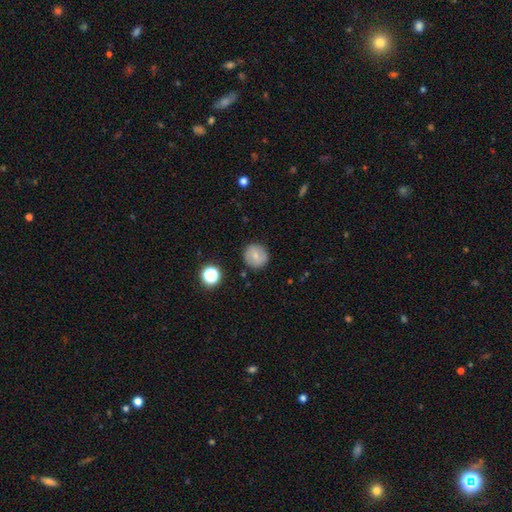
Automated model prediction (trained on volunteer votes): Smooth or featured?
  - smooth: 66% *
  - featured or disk: 24%
  - star or artifact: 10%
How rounded?
  - round: 93% *
  - in between: 6%
  - cigar-shaped: 1%
Merging?
  - none: 88% *
  - minor disturbance: 9%
  - major disturbance: 2%
  - merger: 2%